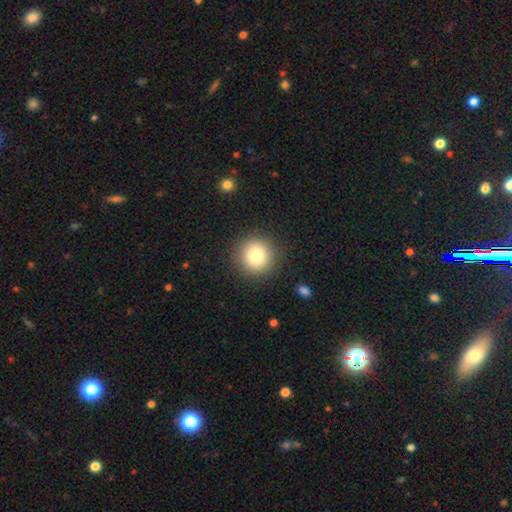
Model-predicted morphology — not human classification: Smooth or featured: smooth — 80% (star or artifact — 11%)
How rounded: round — 95% (in between — 4%)
Merging: none — 90% (minor disturbance — 6%)